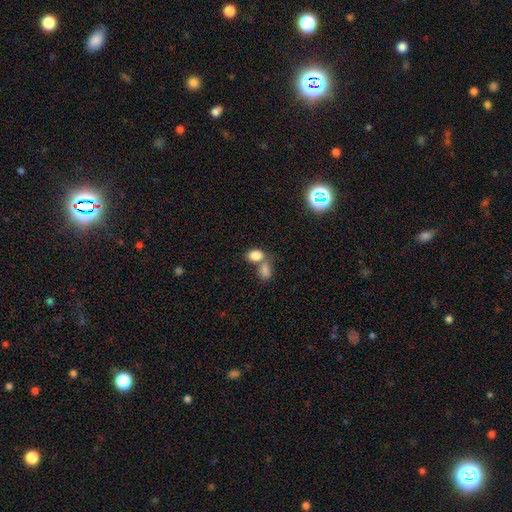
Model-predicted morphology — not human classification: Q: Smooth or featured?
A: smooth (82%); runner-up: star or artifact (10%)
Q: How rounded?
A: in between (75%); runner-up: round (24%)
Q: Merging?
A: merger (50%); runner-up: none (36%)